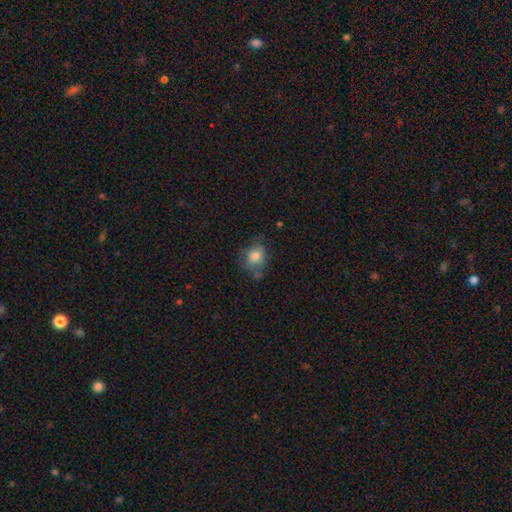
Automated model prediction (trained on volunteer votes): smooth 75%, featured or disk 16%, star or artifact 9%. Down the decision tree: how rounded — round (52%); merging — none (54%).